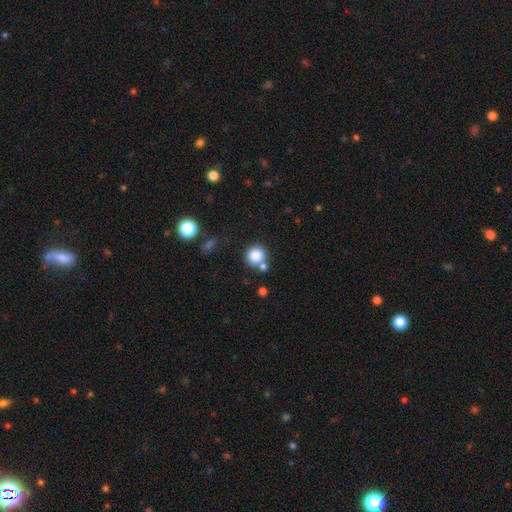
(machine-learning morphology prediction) Smooth or featured: smooth — 84% (star or artifact — 11%)
How rounded: round — 91% (in between — 8%)
Merging: none — 67% (merger — 20%)